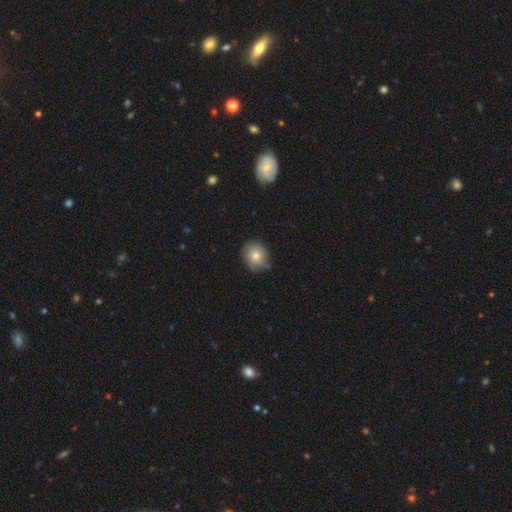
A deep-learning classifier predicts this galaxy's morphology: A smooth galaxy with no disk features (78%) that is round (78%). Merging: none (79%).